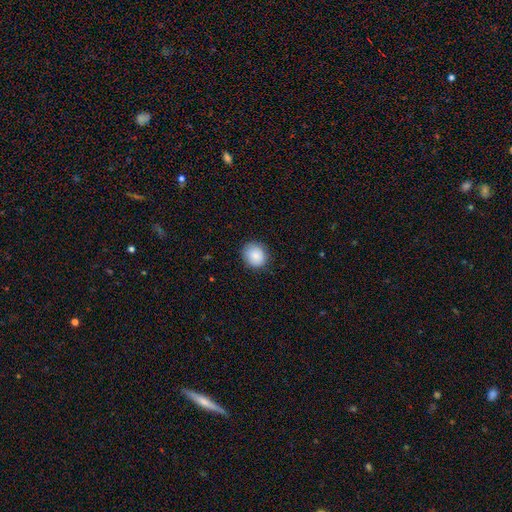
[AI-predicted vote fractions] Smooth or featured?
  - smooth: 84% *
  - featured or disk: 8%
  - star or artifact: 8%
How rounded?
  - round: 77% *
  - in between: 22%
  - cigar-shaped: 1%
Merging?
  - none: 85% *
  - minor disturbance: 11%
  - major disturbance: 3%
  - merger: 1%